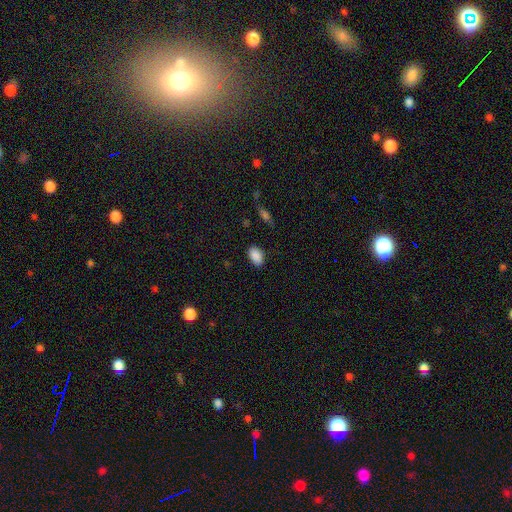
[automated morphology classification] This is clearly a smooth galaxy (89%). How rounded: clearly in between (90%). Merging: clearly none (86%).